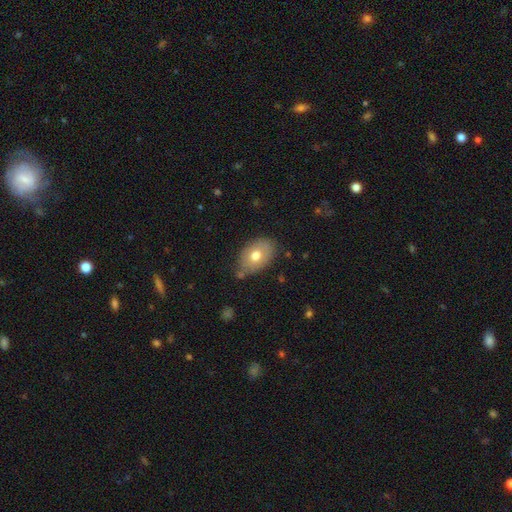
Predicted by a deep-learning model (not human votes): Smooth or featured: smooth — 70% (featured or disk — 22%)
How rounded: in between — 85% (round — 14%)
Merging: none — 70% (minor disturbance — 21%)